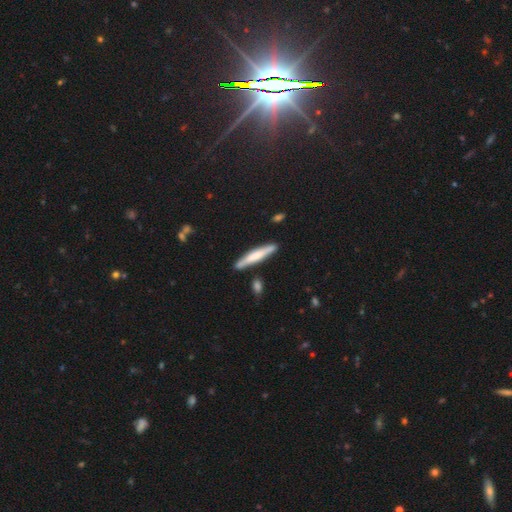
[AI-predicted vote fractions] smooth 53%, featured or disk 42%, star or artifact 5%. Down the decision tree: how rounded — cigar-shaped (93%); merging — none (86%).